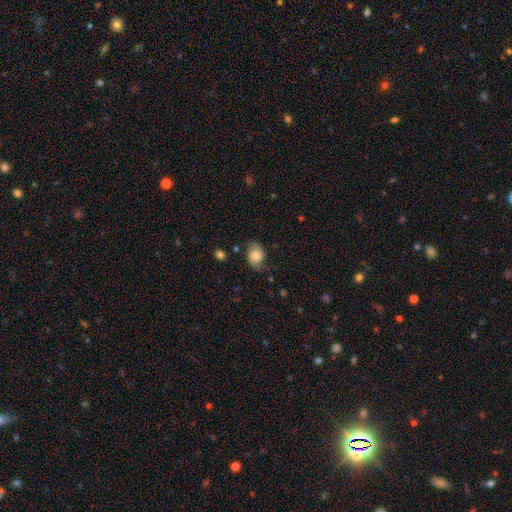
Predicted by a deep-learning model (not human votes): Smooth or featured: smooth — 72% (featured or disk — 20%)
How rounded: in between — 59% (round — 40%)
Merging: none — 62% (minor disturbance — 27%)